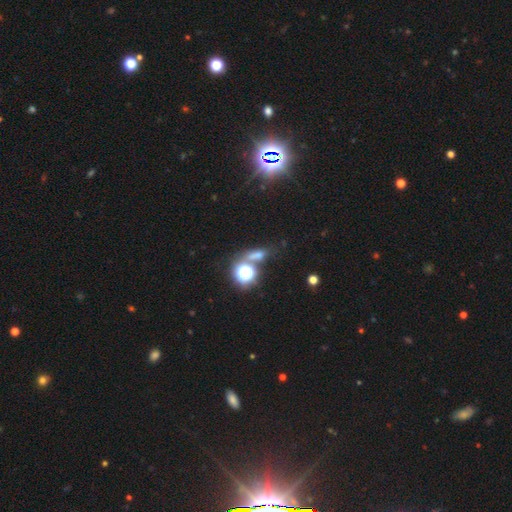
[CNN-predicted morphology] A smooth galaxy with no disk features (50%) that is round (43%).

Vote fractions:
- Smooth or featured? smooth: 50% / star or artifact: 38% / featured or disk: 12%
- How rounded? round: 43% / in between: 38% / cigar-shaped: 20%
- Merging? none: 60% / merger: 20% / minor disturbance: 12% / major disturbance: 7%